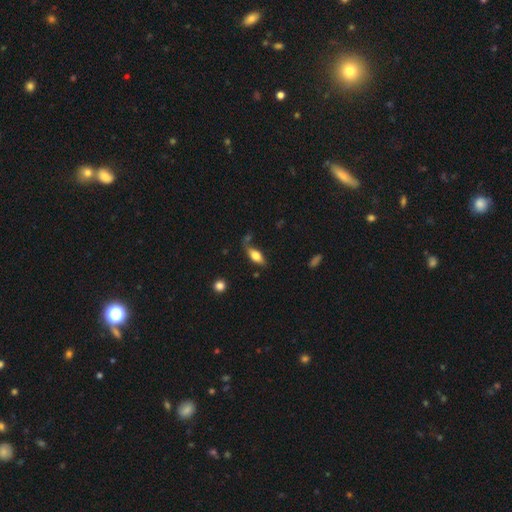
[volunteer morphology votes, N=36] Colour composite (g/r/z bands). It shows a smooth galaxy with no disk features (64%) that is in between round and cigar-shaped (74%). Merging: none (60%).